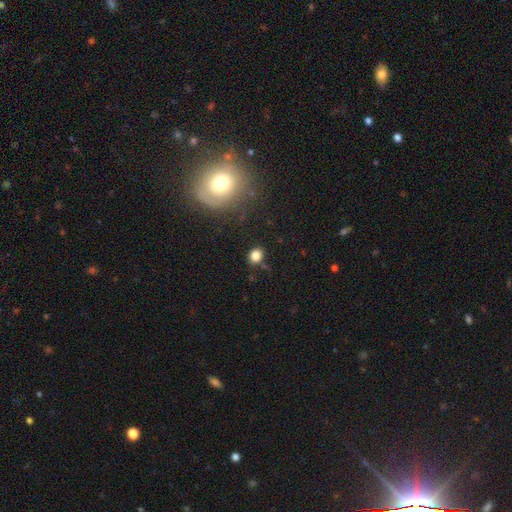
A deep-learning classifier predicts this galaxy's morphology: type=smooth (82%); roundness=round (59%); merging=none (78%).